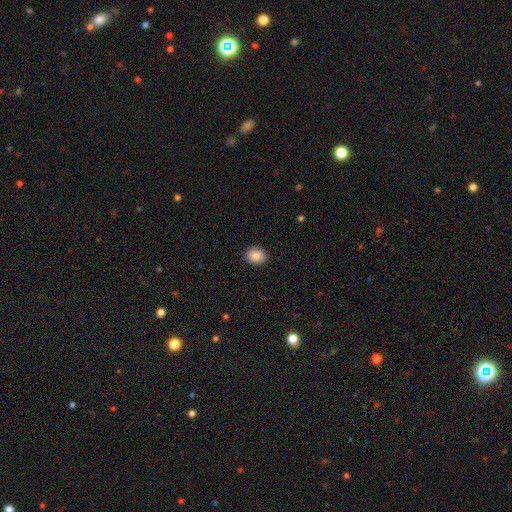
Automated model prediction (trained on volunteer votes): Smooth or featured? Predicted: smooth (p=0.87). How rounded? Predicted: round (p=0.52). Merging? Predicted: none (p=0.90).